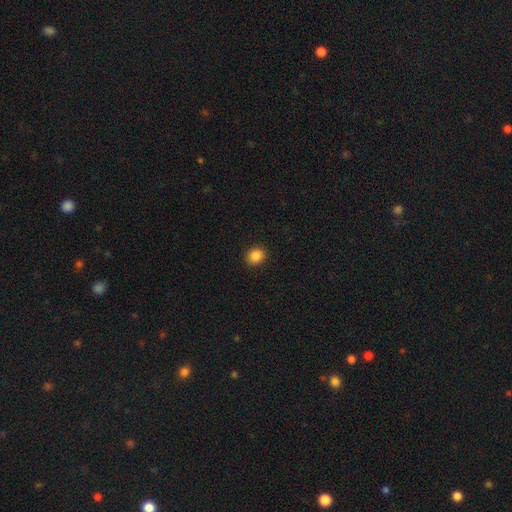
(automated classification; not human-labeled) Smooth or featured? smooth (86%)
How rounded? round (71%)
Merging? none (91%)